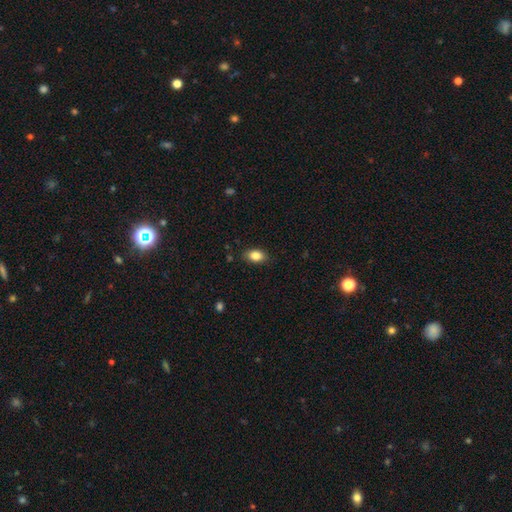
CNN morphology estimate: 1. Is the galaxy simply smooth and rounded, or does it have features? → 85% smooth, 8% star or artifact, 6% featured or disk.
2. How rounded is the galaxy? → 84% in between, 14% round, 2% cigar-shaped.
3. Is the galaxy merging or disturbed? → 85% none, 11% minor disturbance, 2% major disturbance, 1% merger.